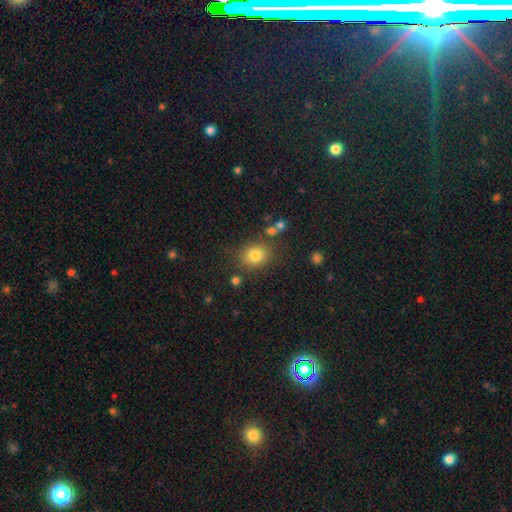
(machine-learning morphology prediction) Smooth or featured: smooth — 78% (star or artifact — 15%)
How rounded: round — 64% (in between — 35%)
Merging: none — 79% (minor disturbance — 11%)